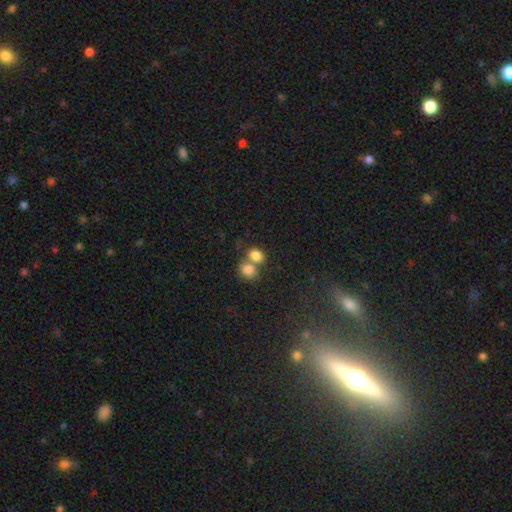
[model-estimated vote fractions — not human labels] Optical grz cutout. It shows a smooth galaxy with no disk features (81%) that is in between round and cigar-shaped (58%). Merging: merger (56%).